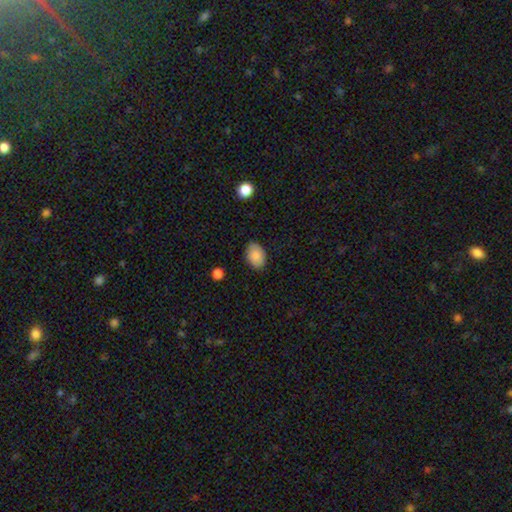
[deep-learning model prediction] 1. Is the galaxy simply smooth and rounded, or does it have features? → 87% smooth, 7% star or artifact, 5% featured or disk.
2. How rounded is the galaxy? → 81% in between, 18% round, 1% cigar-shaped.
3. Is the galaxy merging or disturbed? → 83% none, 13% minor disturbance, 3% major disturbance, 1% merger.